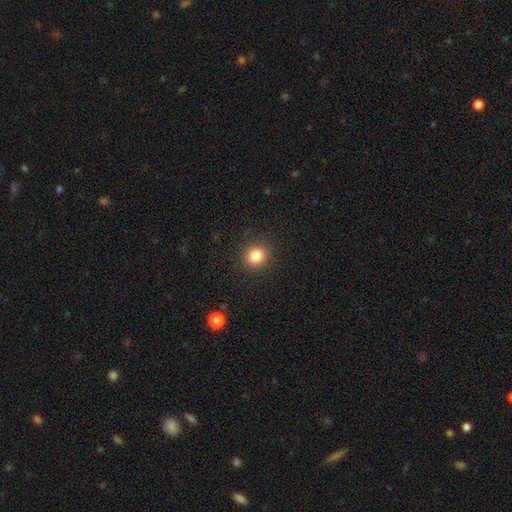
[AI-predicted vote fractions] A smooth galaxy with no disk features (83%) that is round (88%). Merging: none (90%).